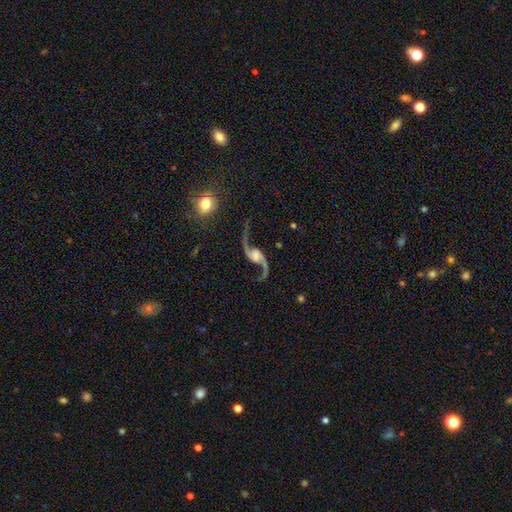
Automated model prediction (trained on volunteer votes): The model was most divided on "bulge size": moderate: 28%, small: 25%, none: 23%, large: 20%, dominant: 4%. More confident: spiral arms — yes (98%); edge-on disk — no (96%); spiral arm count — 2 (95%); smooth or featured — featured or disk (92%); spiral winding — loose (91%); merging — none (75%); bar — no (54%).